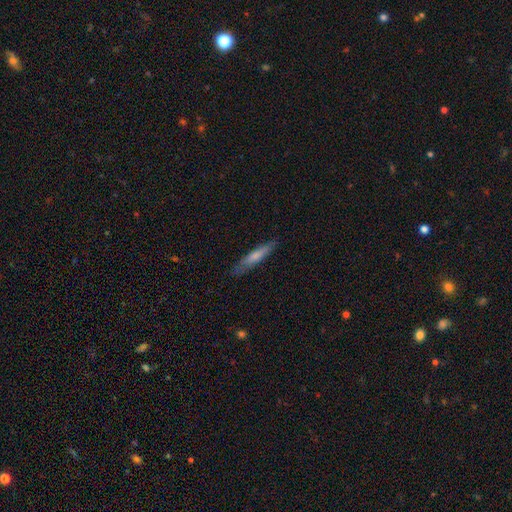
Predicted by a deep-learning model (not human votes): The model was most divided on "smooth or featured": smooth: 70%, featured or disk: 25%, star or artifact: 6%. More confident: how rounded — cigar-shaped (88%); merging — none (80%).